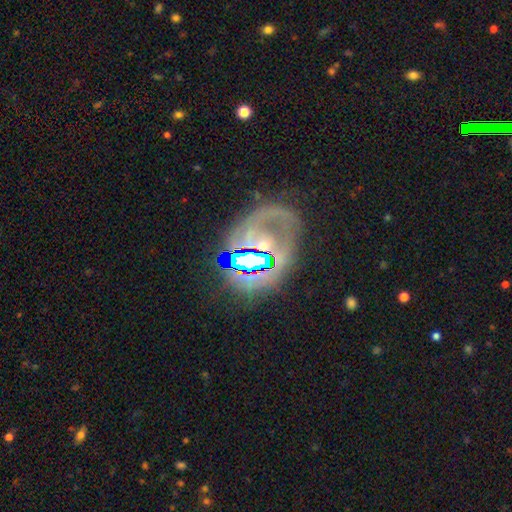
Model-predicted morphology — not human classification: Overall: featured or disk (53%; star or artifact 31%). Edge-on disk: no (95%). Bar: no (61%; weak 23%). Spiral arms: yes (65%; no 35%). Bulge size: moderate (45%; small 25%). Merging: none (54%; major disturbance 21%).